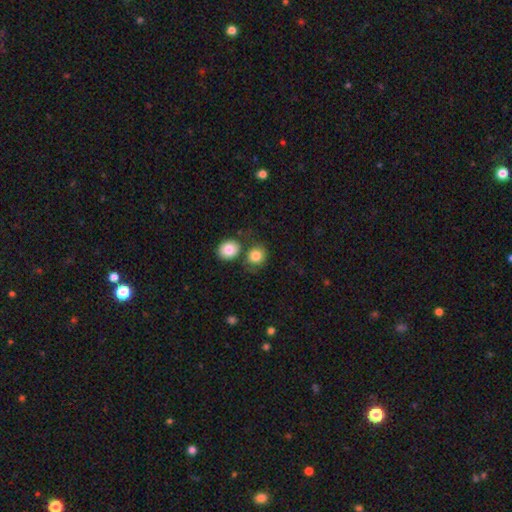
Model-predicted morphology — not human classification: A smooth galaxy with no disk features (83%) that is round (77%). Merging: none (58%).